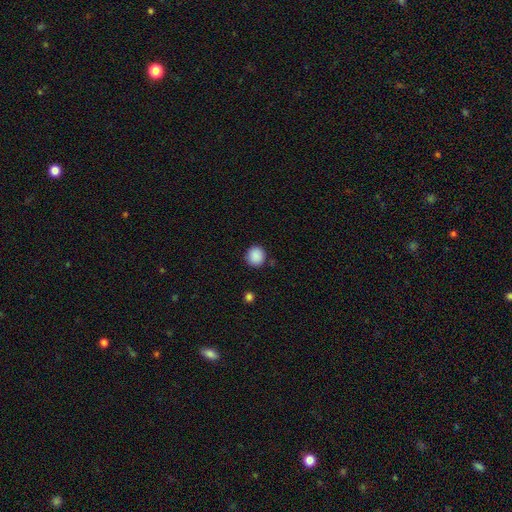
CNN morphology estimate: A smooth galaxy with no disk features (89%) that is round (86%).

Vote fractions:
- Smooth or featured? smooth: 89% / star or artifact: 8% / featured or disk: 3%
- How rounded? round: 86% / in between: 13% / cigar-shaped: 1%
- Merging? none: 86% / minor disturbance: 9% / major disturbance: 3% / merger: 2%